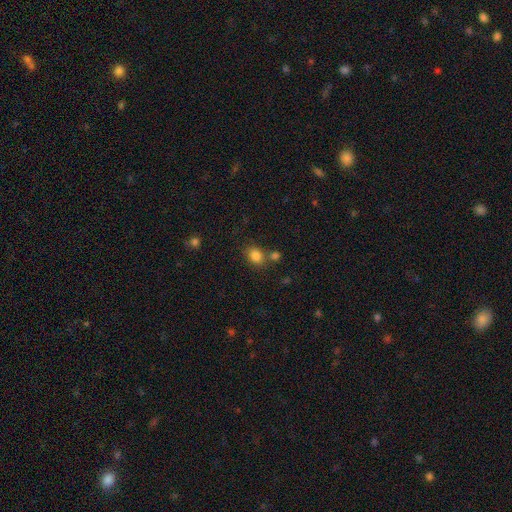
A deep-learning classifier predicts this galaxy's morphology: Overall: smooth (83%). How rounded: in between (50%; round 49%). Merging: none (63%).